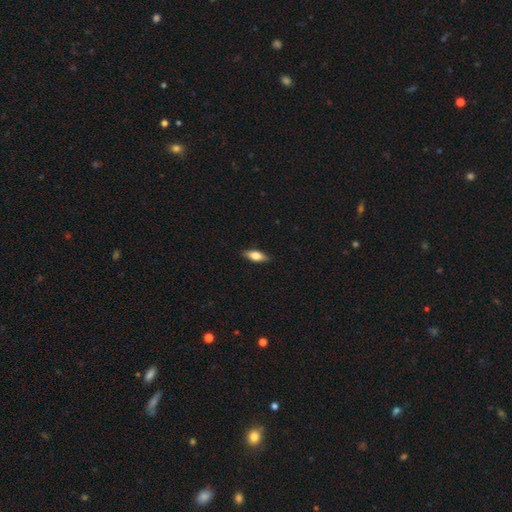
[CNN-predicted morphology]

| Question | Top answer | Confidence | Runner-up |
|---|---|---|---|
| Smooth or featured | smooth | 68% | featured or disk (25%) |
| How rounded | in between | 69% | cigar-shaped (28%) |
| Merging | none | 88% | minor disturbance (9%) |